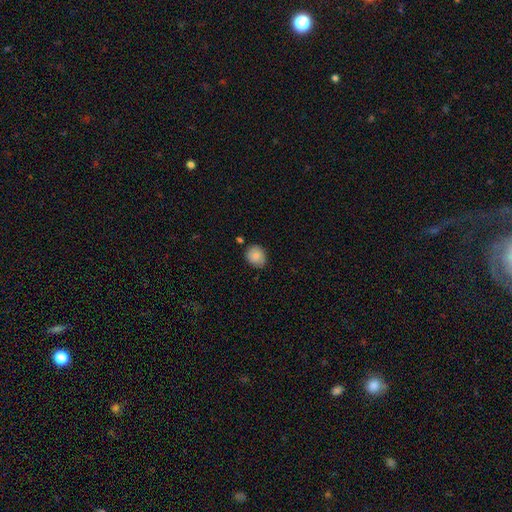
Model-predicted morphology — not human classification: Smooth or featured?
  - smooth: 86% *
  - star or artifact: 8%
  - featured or disk: 6%
How rounded?
  - round: 72% *
  - in between: 27%
  - cigar-shaped: 1%
Merging?
  - none: 80% *
  - minor disturbance: 14%
  - merger: 3%
  - major disturbance: 2%